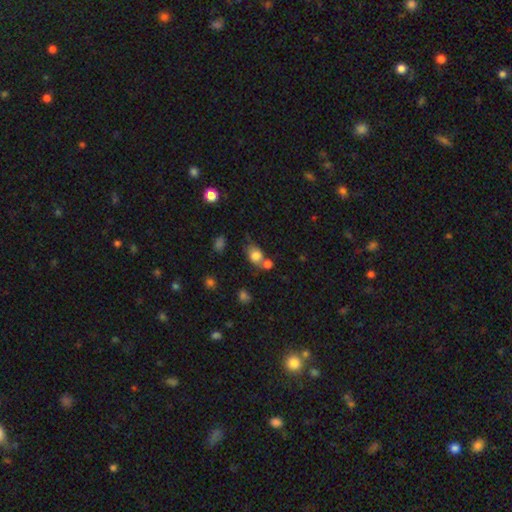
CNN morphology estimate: Overall: smooth (79%). How rounded: round (51%; in between 47%). Merging: none (44%; merger 34%).